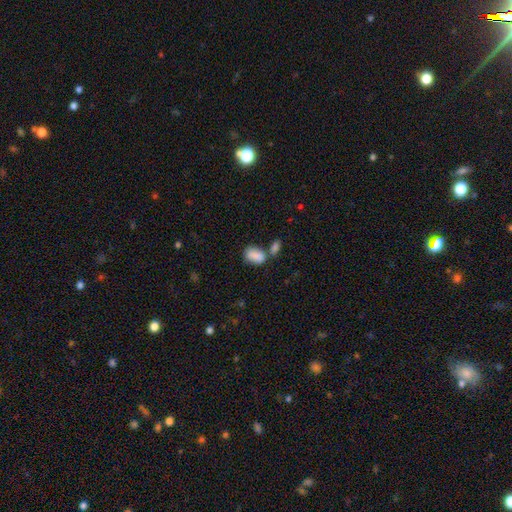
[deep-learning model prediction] This is clearly a smooth galaxy (85%). How rounded: clearly in between (89%). Merging: marginally none (42%).